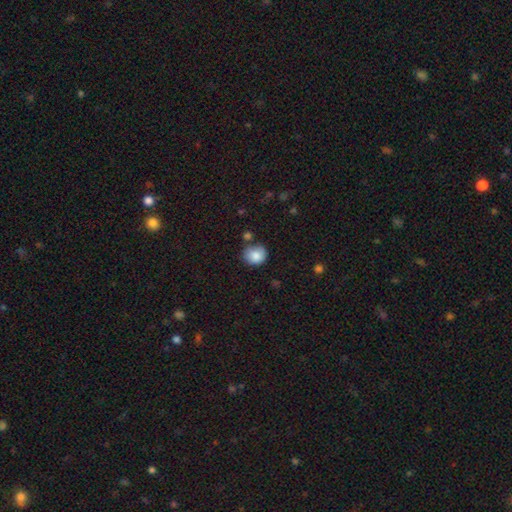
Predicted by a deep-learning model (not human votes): This appears to be a smooth galaxy with no disk features (84%) that is round (77%). Merging: none (69%).